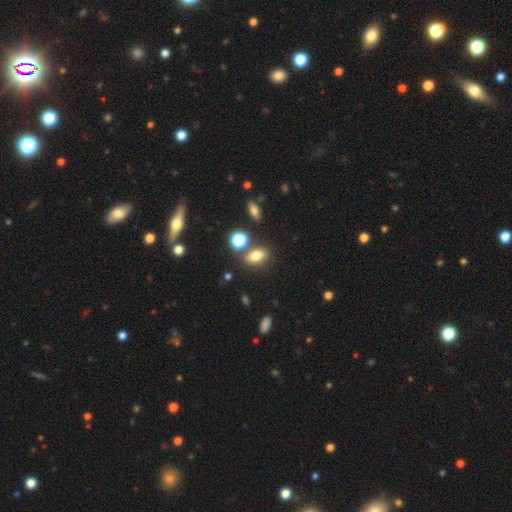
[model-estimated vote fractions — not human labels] A smooth galaxy with no disk features (76%) that is in between round and cigar-shaped (78%). Merging: none (72%).